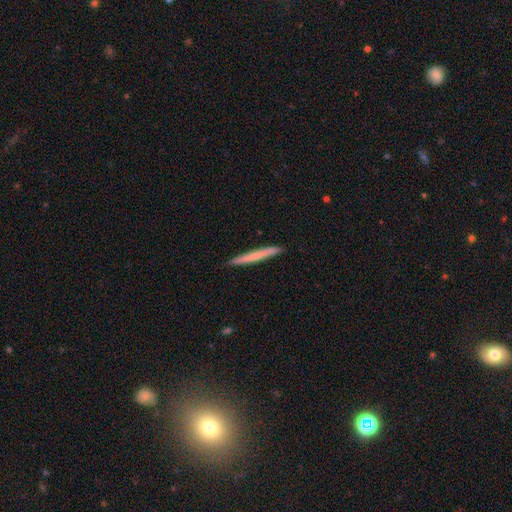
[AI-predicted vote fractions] Morphology: type=smooth (64%); roundness=cigar-shaped (97%); merging=none (91%).